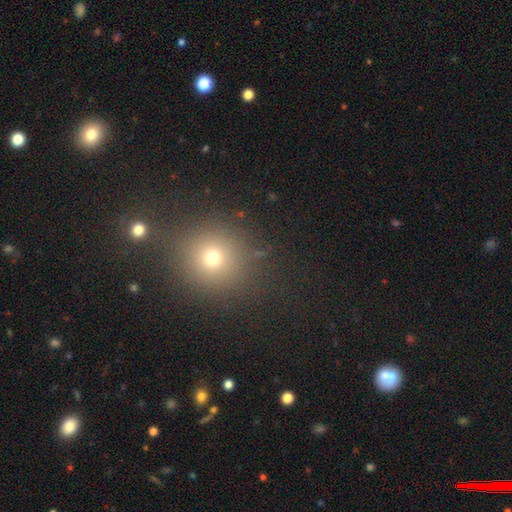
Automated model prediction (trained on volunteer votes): smooth-or-featured: smooth: 57% | star or artifact: 36% | featured or disk: 8%
  how-rounded: round: 84% | in between: 15% | cigar-shaped: 1%
  merging: none: 86% | minor disturbance: 7% | merger: 3% | major disturbance: 3%